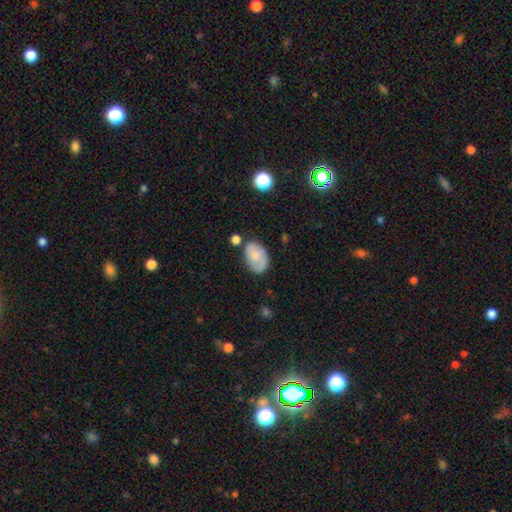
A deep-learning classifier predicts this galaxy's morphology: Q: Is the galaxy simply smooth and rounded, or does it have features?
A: smooth — 64%.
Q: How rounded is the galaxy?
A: in between — 86%.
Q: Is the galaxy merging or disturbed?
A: none — 60%.